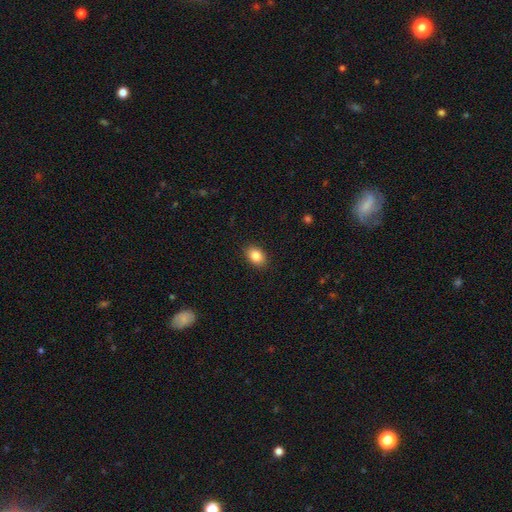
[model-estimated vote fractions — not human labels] A smooth galaxy with no disk features (86%) that is in between round and cigar-shaped (76%). Merging: none (89%).